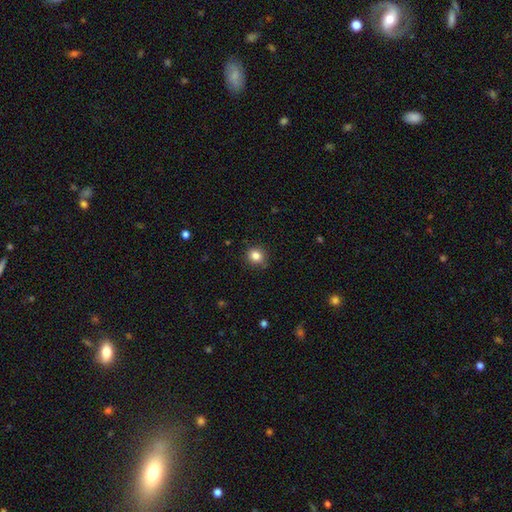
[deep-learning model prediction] Q: Smooth or featured?
A: smooth (84%); runner-up: star or artifact (11%)
Q: How rounded?
A: round (86%); runner-up: in between (13%)
Q: Merging?
A: none (86%); runner-up: minor disturbance (10%)